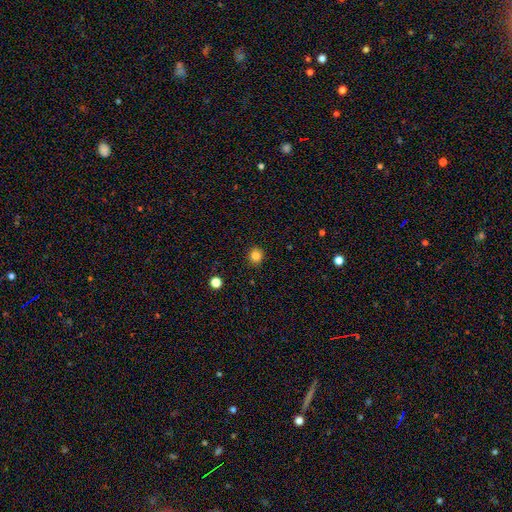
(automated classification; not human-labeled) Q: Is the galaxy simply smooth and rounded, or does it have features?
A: smooth — 83%.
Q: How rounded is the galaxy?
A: round — 90%.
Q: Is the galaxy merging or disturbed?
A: none — 92%.